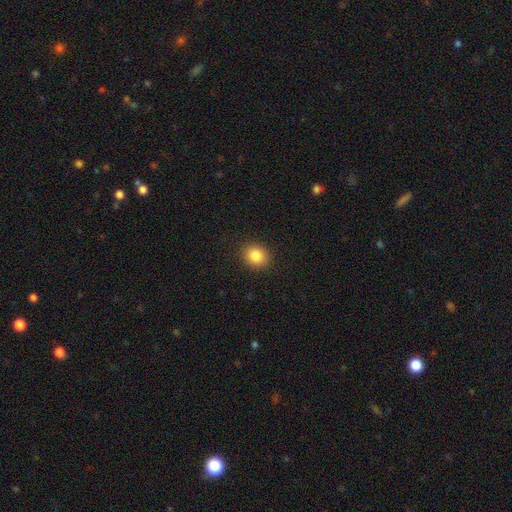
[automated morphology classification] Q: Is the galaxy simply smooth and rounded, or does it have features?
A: smooth — 85%.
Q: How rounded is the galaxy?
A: round — 74%.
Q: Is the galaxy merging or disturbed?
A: none — 90%.